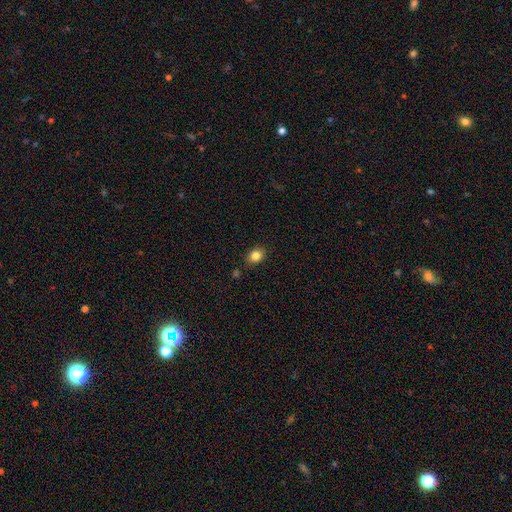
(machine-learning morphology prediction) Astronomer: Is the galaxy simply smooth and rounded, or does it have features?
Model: smooth — 84%.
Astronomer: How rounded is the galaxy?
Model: in between — 56% (runner-up: round, 43%).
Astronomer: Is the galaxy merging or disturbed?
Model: none — 84%.